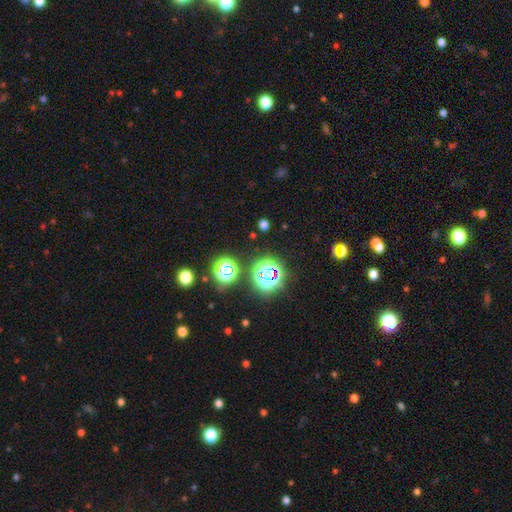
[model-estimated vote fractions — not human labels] Smooth or featured? star or artifact (70%)